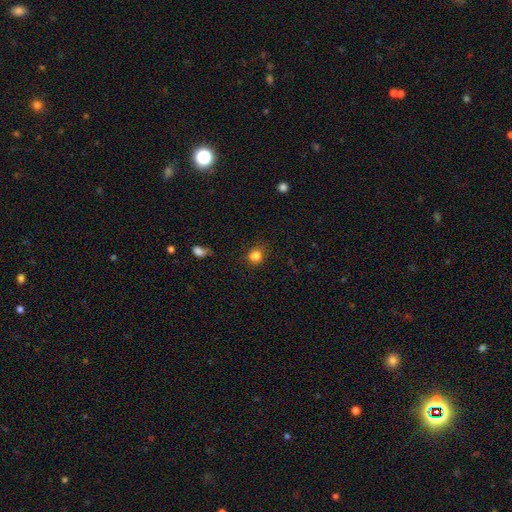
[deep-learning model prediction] The model was most divided on "how rounded": round: 74%, in between: 25%, cigar-shaped: 1%. More confident: smooth or featured — smooth (83%); merging — none (74%).